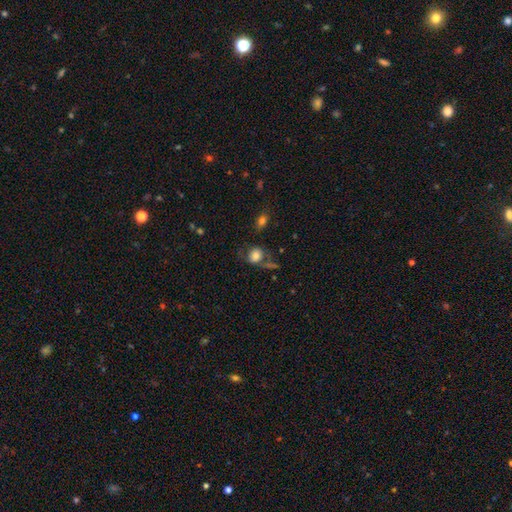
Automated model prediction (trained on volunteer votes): Smooth or featured? Predicted: smooth (p=0.75). How rounded? Predicted: round (p=0.65). Merging? Predicted: none (p=0.50).